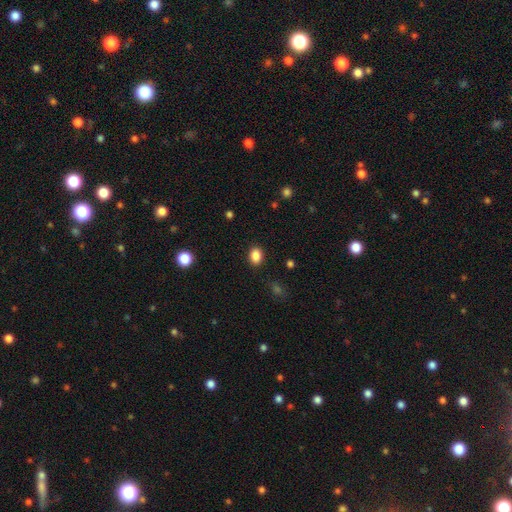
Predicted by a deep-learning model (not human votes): Smooth or featured?
  - smooth: 86% *
  - star or artifact: 10%
  - featured or disk: 4%
How rounded?
  - in between: 65% *
  - round: 34%
  - cigar-shaped: 1%
Merging?
  - none: 89% *
  - minor disturbance: 8%
  - major disturbance: 2%
  - merger: 1%